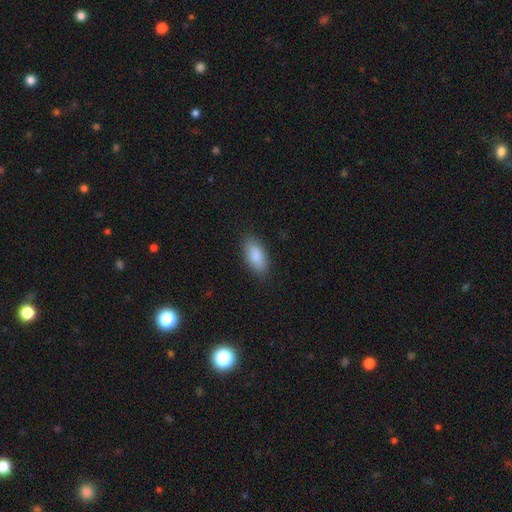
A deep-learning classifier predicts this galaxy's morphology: Smooth or featured?
  - smooth: 88% *
  - star or artifact: 6%
  - featured or disk: 5%
How rounded?
  - in between: 90% *
  - cigar-shaped: 8%
  - round: 3%
Merging?
  - none: 85% *
  - minor disturbance: 11%
  - major disturbance: 3%
  - merger: 1%